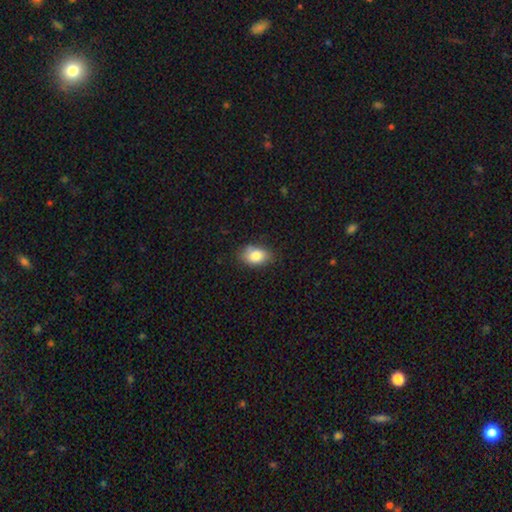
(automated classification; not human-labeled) smooth 83%, featured or disk 9%, star or artifact 8%. Down the decision tree: how rounded — in between (84%); merging — none (77%).